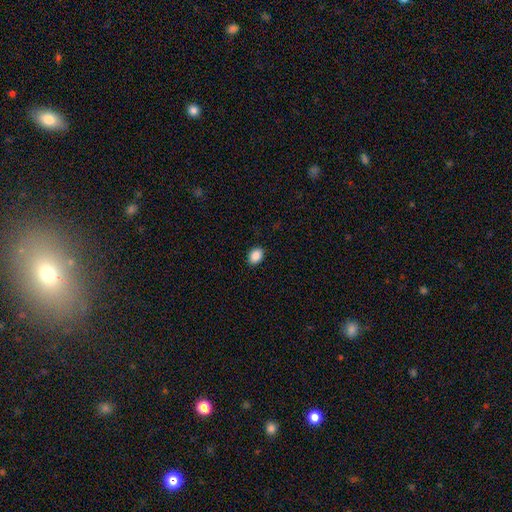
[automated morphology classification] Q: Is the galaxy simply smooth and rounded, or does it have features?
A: smooth — 88%.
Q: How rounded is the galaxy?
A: in between — 71%.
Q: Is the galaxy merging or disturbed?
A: none — 90%.